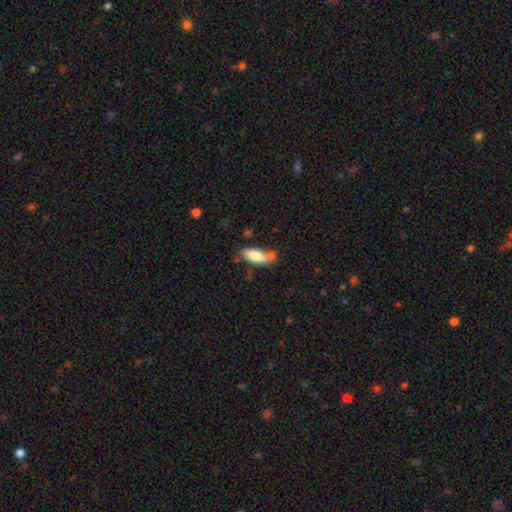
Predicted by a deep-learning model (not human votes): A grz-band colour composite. It shows a smooth galaxy with no disk features (81%) that is in between round and cigar-shaped (76%). Merging: none (54%).